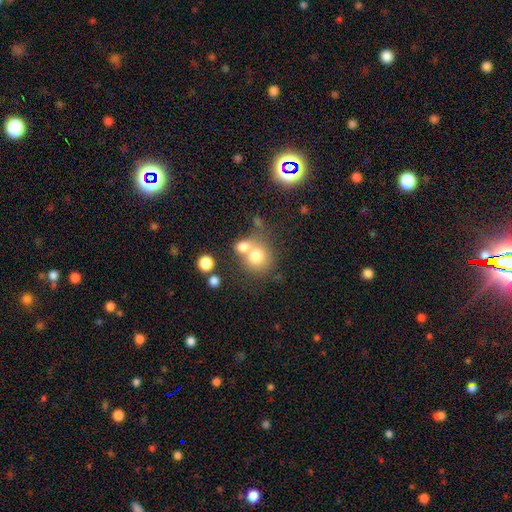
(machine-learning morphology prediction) type=smooth (74%); roundness=round (81%); merging=merger (45%).